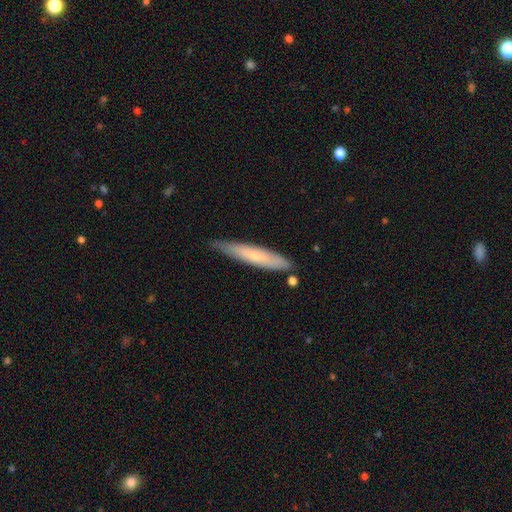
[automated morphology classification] This appears to be a smooth galaxy with no disk features (59%) that is cigar-shaped (90%). Merging: none (76%).